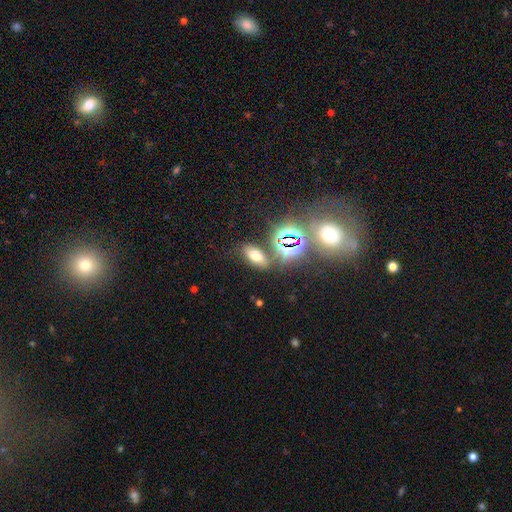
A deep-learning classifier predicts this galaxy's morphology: The model was most divided on "smooth or featured": smooth: 55%, star or artifact: 33%, featured or disk: 12%. More confident: how rounded — in between (80%); merging — none (76%).